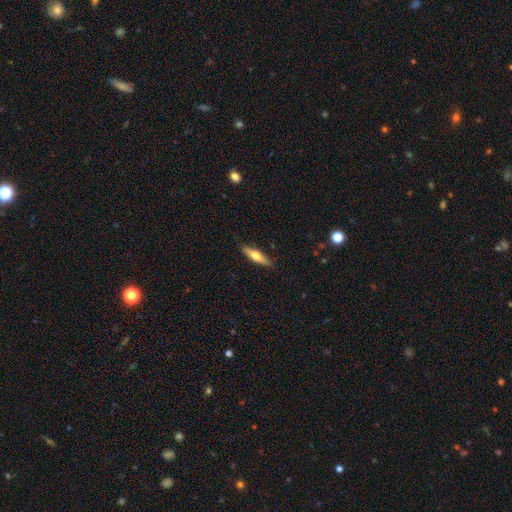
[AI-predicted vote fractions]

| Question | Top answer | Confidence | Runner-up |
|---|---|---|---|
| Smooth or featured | smooth | 53% | featured or disk (42%) |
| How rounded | cigar-shaped | 74% | in between (24%) |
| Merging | none | 88% | minor disturbance (9%) |